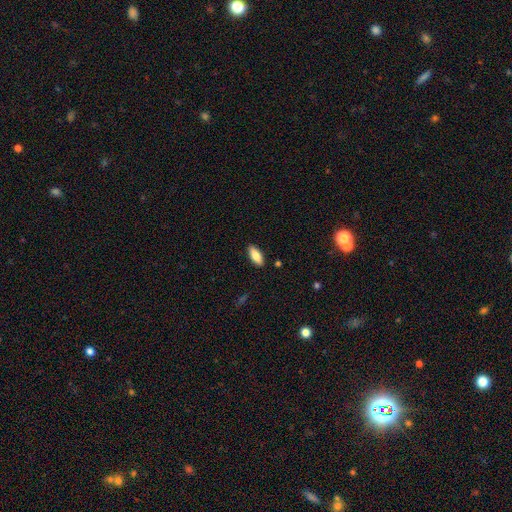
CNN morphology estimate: Smooth or featured? Predicted: smooth (p=0.81). How rounded? Predicted: in between (p=0.80). Merging? Predicted: none (p=0.89).